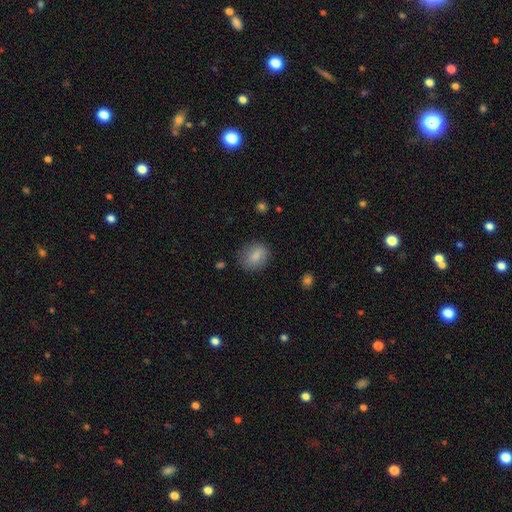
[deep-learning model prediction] Smooth or featured?
  - smooth: 80% *
  - featured or disk: 12%
  - star or artifact: 8%
How rounded?
  - in between: 55% *
  - round: 43%
  - cigar-shaped: 2%
Merging?
  - none: 78% *
  - minor disturbance: 16%
  - major disturbance: 5%
  - merger: 1%